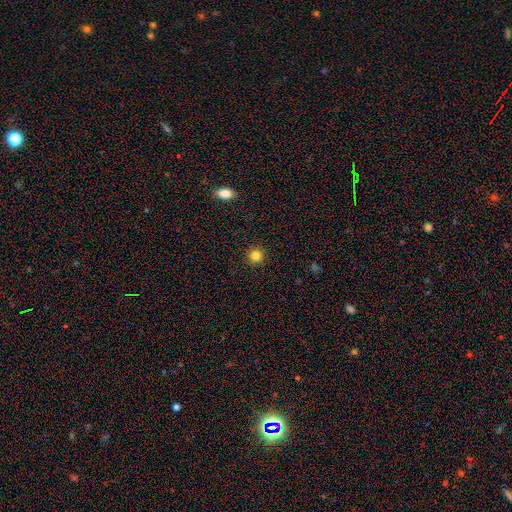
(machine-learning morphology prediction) Smooth or featured? smooth (83%)
How rounded? round (95%)
Merging? none (93%)